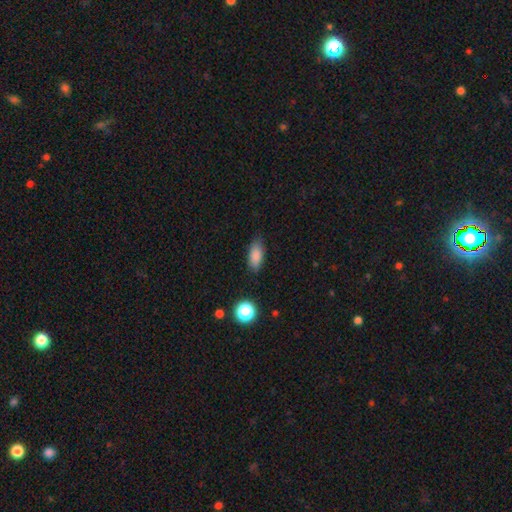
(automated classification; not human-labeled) smooth-or-featured: smooth: 86% | star or artifact: 9% | featured or disk: 6%
  how-rounded: in between: 83% | cigar-shaped: 13% | round: 4%
  merging: none: 82% | minor disturbance: 14% | major disturbance: 3% | merger: 1%